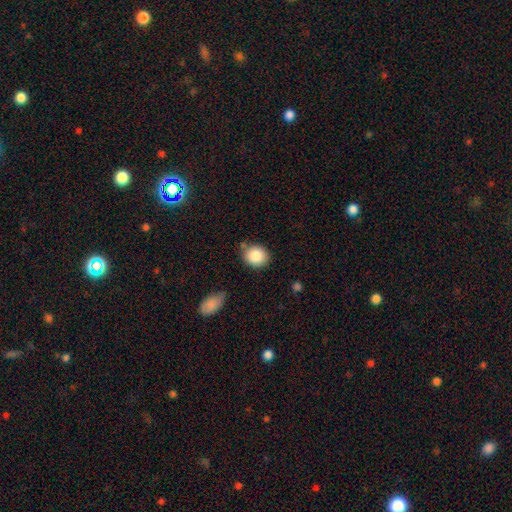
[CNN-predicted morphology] Smooth or featured? Predicted: smooth (p=0.87). How rounded? Predicted: round (p=0.77). Merging? Predicted: none (p=0.77).